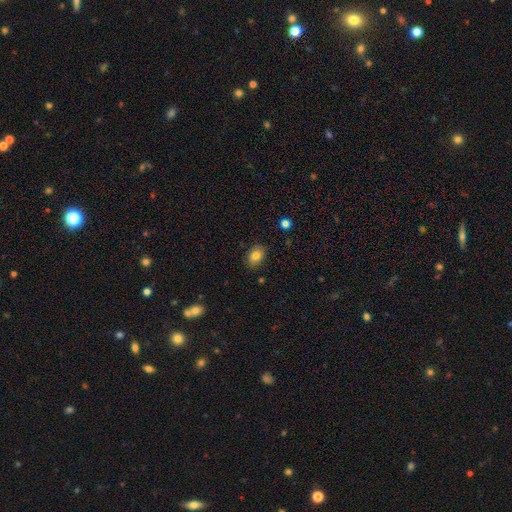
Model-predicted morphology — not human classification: Smooth or featured? Predicted: smooth (p=0.83). How rounded? Predicted: in between (p=0.76). Merging? Predicted: none (p=0.85).